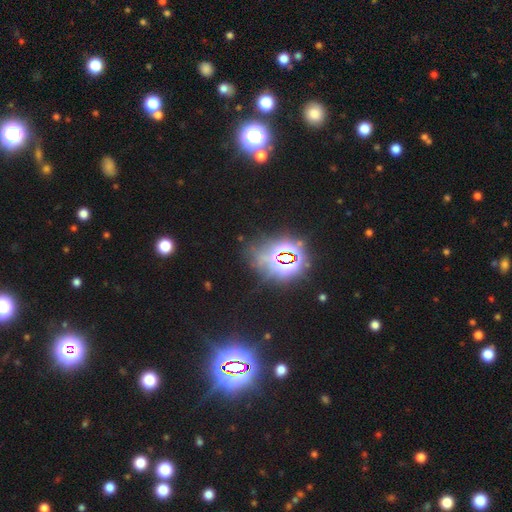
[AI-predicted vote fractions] Smooth or featured? star or artifact (78%)